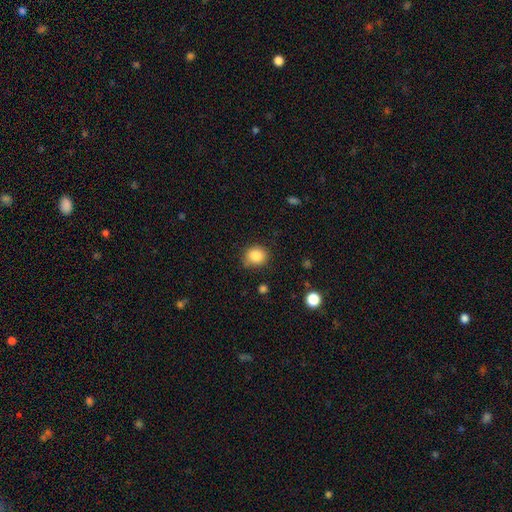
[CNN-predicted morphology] smooth 85%, star or artifact 10%, featured or disk 5%. Down the decision tree: how rounded — round (81%); merging — none (76%).